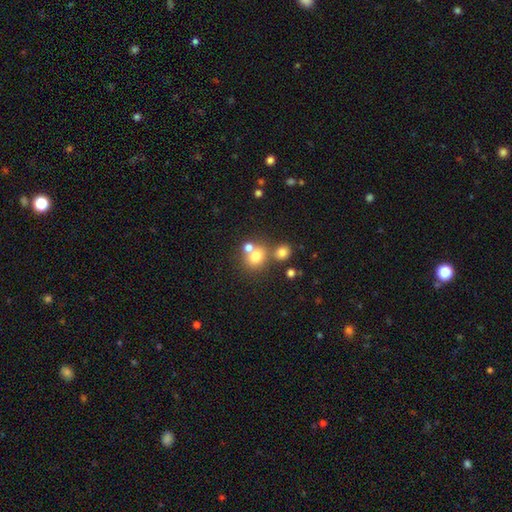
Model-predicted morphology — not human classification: A smooth galaxy with no disk features (73%) that is round (71%).

Vote fractions:
- Smooth or featured? smooth: 73% / star or artifact: 14% / featured or disk: 13%
- How rounded? round: 71% / in between: 28% / cigar-shaped: 1%
- Merging? none: 47% / merger: 40% / minor disturbance: 9% / major disturbance: 4%